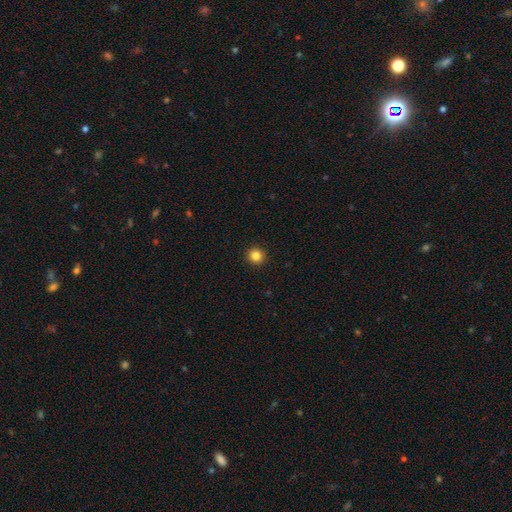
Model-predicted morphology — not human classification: The model was most divided on "smooth or featured": smooth: 85%, star or artifact: 11%, featured or disk: 4%. More confident: how rounded — round (94%); merging — none (93%).